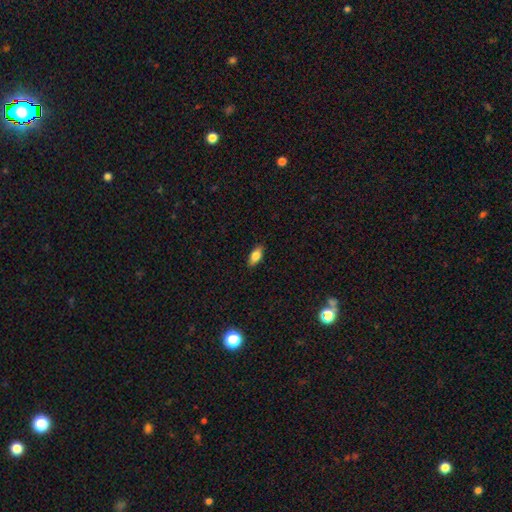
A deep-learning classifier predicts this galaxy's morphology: Smooth or featured? Predicted: smooth (p=0.79). How rounded? Predicted: in between (p=0.85). Merging? Predicted: none (p=0.88).